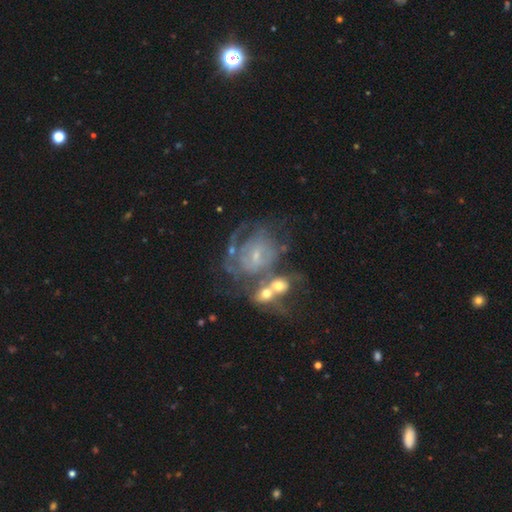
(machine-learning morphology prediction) type=featured or disk (78%); edge-on=no (97%); bar=no (53%); spiral arms=yes (80%); winding=tight (54%); arm count=can't tell (51%); bulge=small (70%); merging=merger (40%).